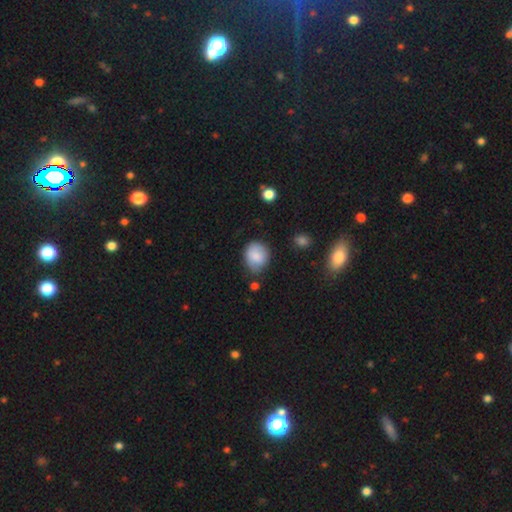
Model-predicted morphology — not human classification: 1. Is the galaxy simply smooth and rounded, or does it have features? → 79% smooth, 13% featured or disk, 8% star or artifact.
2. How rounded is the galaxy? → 57% round, 42% in between, 1% cigar-shaped.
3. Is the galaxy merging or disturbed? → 63% none, 27% minor disturbance, 6% major disturbance, 3% merger.